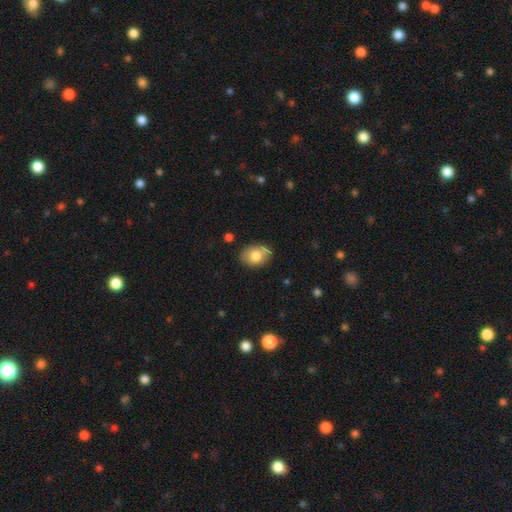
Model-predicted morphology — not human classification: This appears to be a smooth galaxy with no disk features (73%) that is in between round and cigar-shaped (73%). Merging: none (72%).